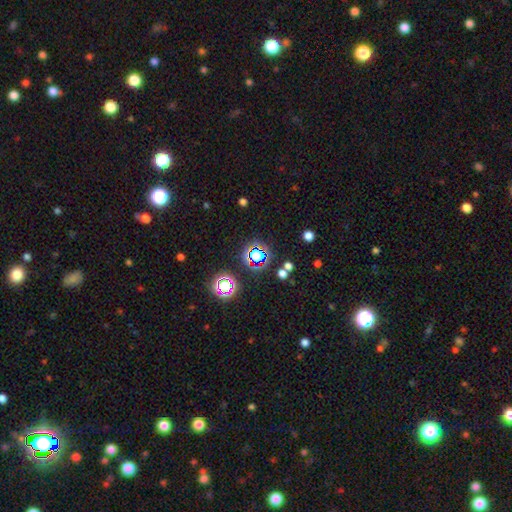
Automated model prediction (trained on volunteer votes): Q: Smooth or featured?
A: star or artifact (61%); runner-up: smooth (28%)